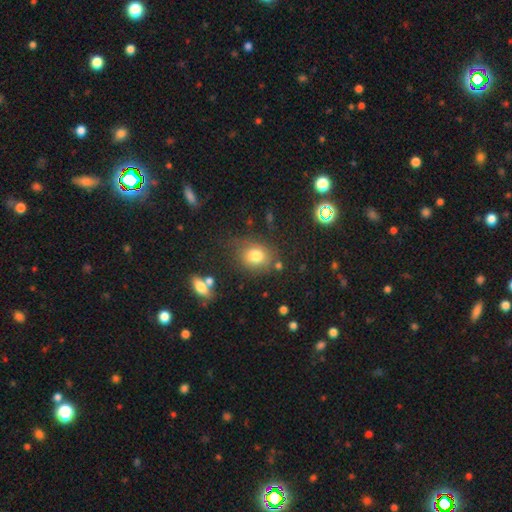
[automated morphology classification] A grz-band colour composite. It shows a smooth galaxy with no disk features (77%) that is round (55%). Merging: none (70%).